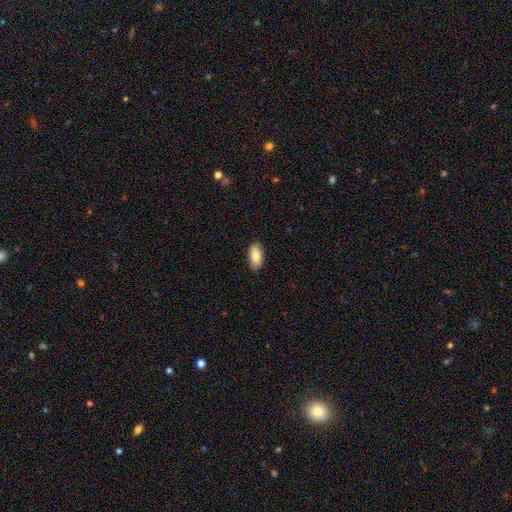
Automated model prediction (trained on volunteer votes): smooth-or-featured: smooth: 82% | featured or disk: 12% | star or artifact: 6%
  how-rounded: in between: 90% | cigar-shaped: 8% | round: 2%
  merging: none: 88% | minor disturbance: 9% | major disturbance: 2% | merger: 1%